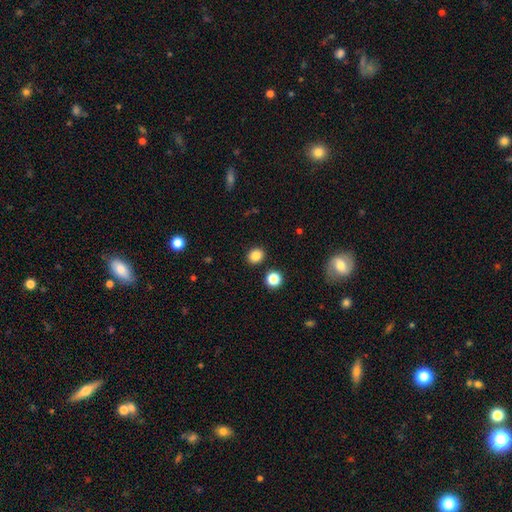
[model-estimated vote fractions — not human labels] Overall: smooth (84%). How rounded: round (71%). Merging: none (89%).